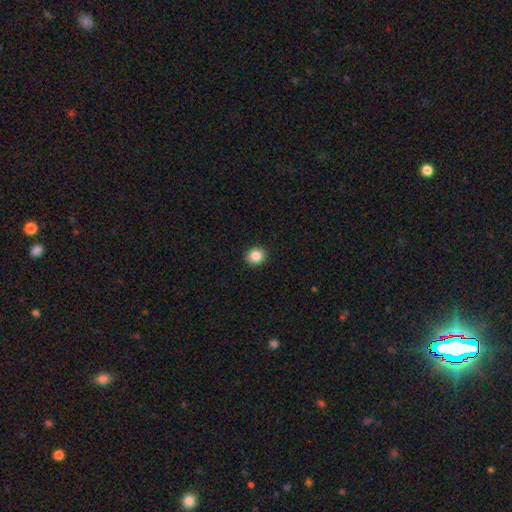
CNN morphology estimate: type=smooth (87%); roundness=round (85%); merging=none (92%).